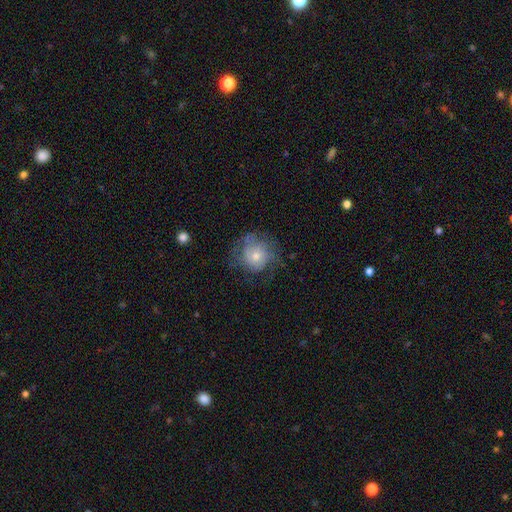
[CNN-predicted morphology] Q: Smooth or featured?
A: featured or disk (48%); runner-up: smooth (41%)
Q: Merging?
A: none (62%); runner-up: minor disturbance (22%)